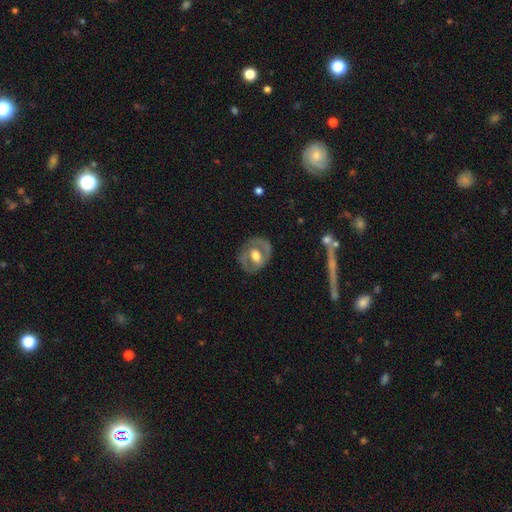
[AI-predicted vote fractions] Smooth or featured: featured or disk — 61% (smooth — 33%)
Edge-on disk: no — 94% (yes — 6%)
Bar: no — 52% (weak — 33%)
Spiral arms: no — 67% (yes — 33%)
Bulge size: moderate — 56% (large — 35%)
Merging: none — 75% (minor disturbance — 16%)